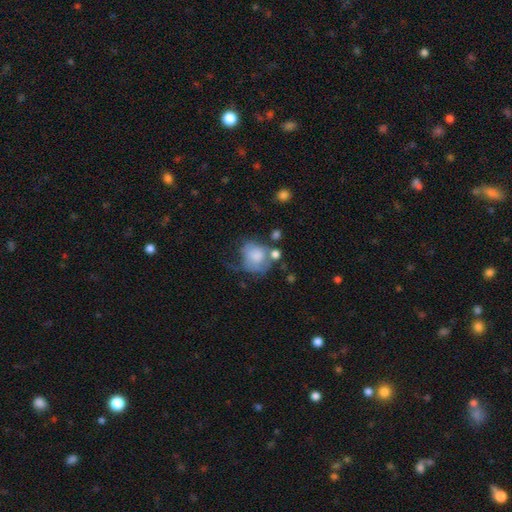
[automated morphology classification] Smooth or featured: smooth — 65% (featured or disk — 26%)
How rounded: round — 62% (in between — 37%)
Merging: major disturbance — 34% (none — 26%)